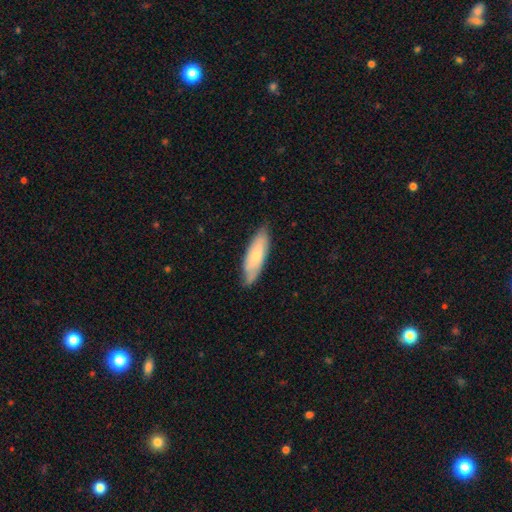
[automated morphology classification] type=smooth (62%); roundness=in between (54%); merging=none (76%).